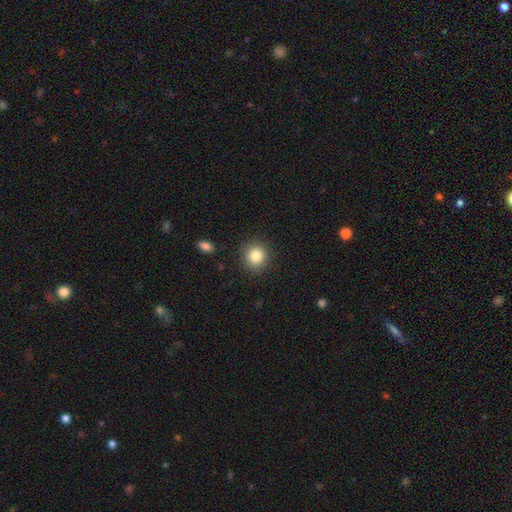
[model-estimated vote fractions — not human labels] Smooth or featured?
  - smooth: 84% *
  - star or artifact: 10%
  - featured or disk: 6%
How rounded?
  - round: 90% *
  - in between: 9%
  - cigar-shaped: 1%
Merging?
  - none: 89% *
  - minor disturbance: 7%
  - major disturbance: 2%
  - merger: 1%